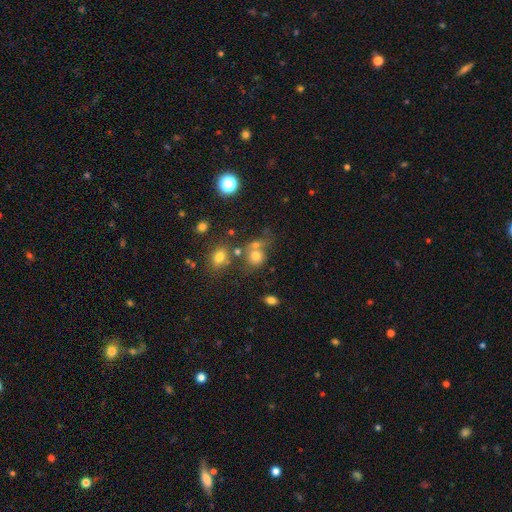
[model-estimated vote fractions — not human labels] Morphology: type=smooth (70%); roundness=round (75%); merging=none (47%).